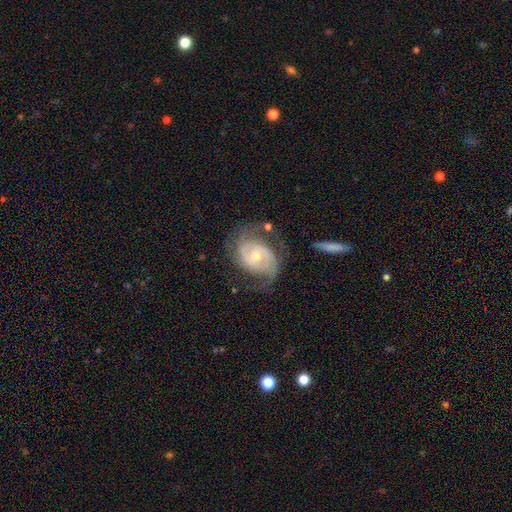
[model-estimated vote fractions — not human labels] Overall: featured or disk (85%). Edge-on disk: no (97%). Bar: no (57%; weak 33%). Spiral arms: yes (94%). Spiral arm count: 2 (74%). Spiral winding: tight (46%; medium 40%). Bulge size: moderate (51%; small 45%). Merging: none (61%).